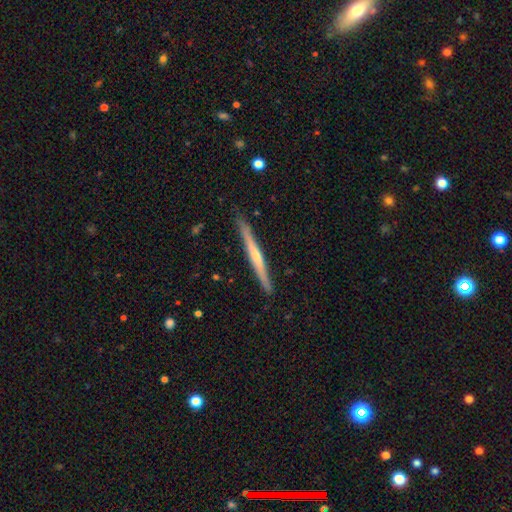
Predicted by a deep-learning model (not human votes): Smooth or featured?
  - featured or disk: 63% *
  - smooth: 32%
  - star or artifact: 5%
Edge-on disk?
  - yes: 98% *
  - no: 2%
Edge-on bulge?
  - rounded: 48% *
  - none: 45%
  - boxy: 7%
Merging?
  - none: 90% *
  - minor disturbance: 8%
  - major disturbance: 1%
  - merger: 1%